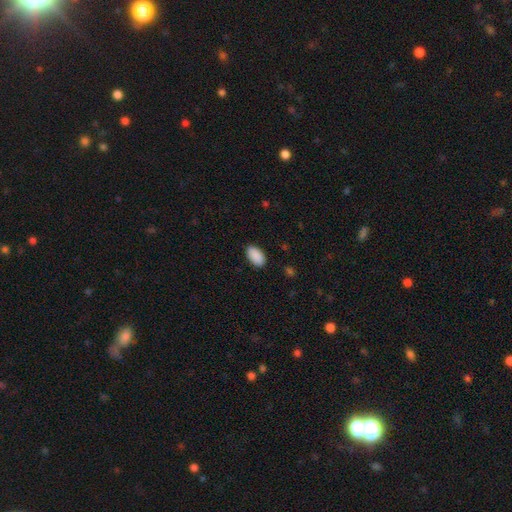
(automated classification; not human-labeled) Smooth or featured: smooth — 91% (star or artifact — 6%)
How rounded: in between — 95% (round — 4%)
Merging: none — 88% (minor disturbance — 9%)